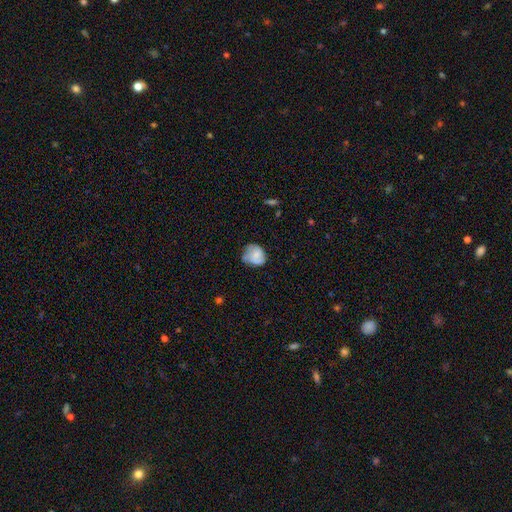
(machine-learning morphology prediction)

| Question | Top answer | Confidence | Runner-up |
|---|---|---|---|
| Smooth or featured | smooth | 55% | featured or disk (37%) |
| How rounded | round | 67% | in between (32%) |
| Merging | none | 49% | minor disturbance (34%) |